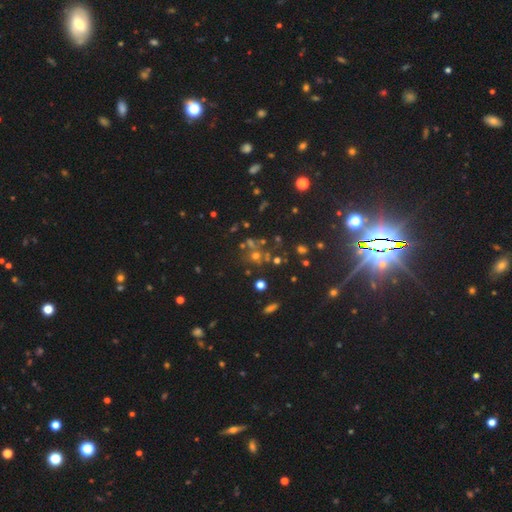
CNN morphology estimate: type=star or artifact (64%).